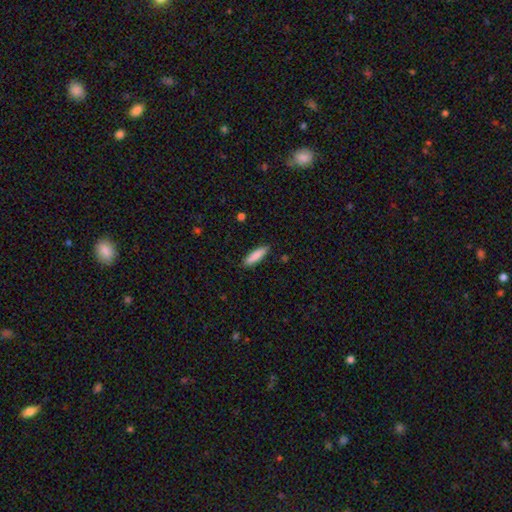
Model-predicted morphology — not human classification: type=smooth (85%); roundness=cigar-shaped (67%); merging=none (87%).